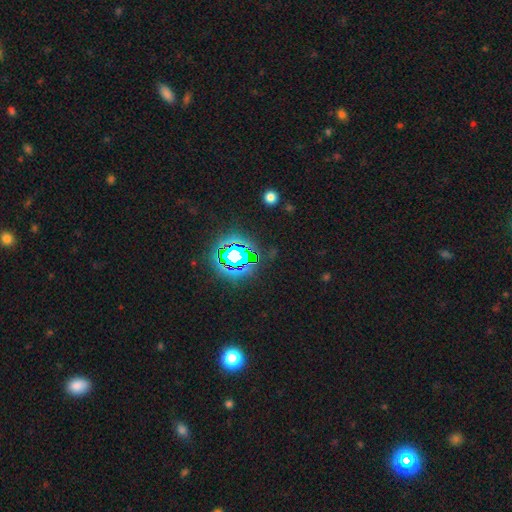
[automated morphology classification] type=star or artifact (79%).